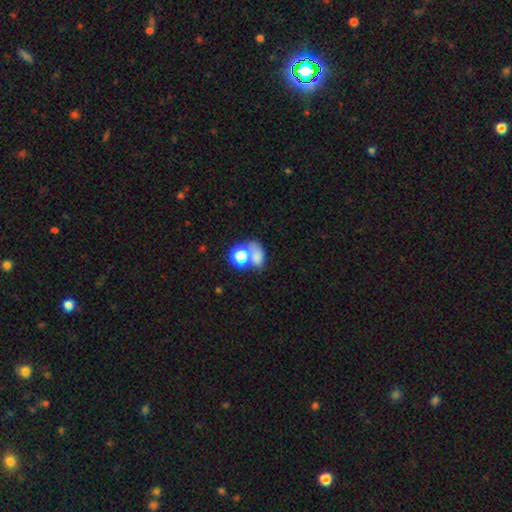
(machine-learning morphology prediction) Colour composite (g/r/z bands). It shows a smooth galaxy with no disk features (69%) that is in between round and cigar-shaped (59%). Merging: merger (47%).